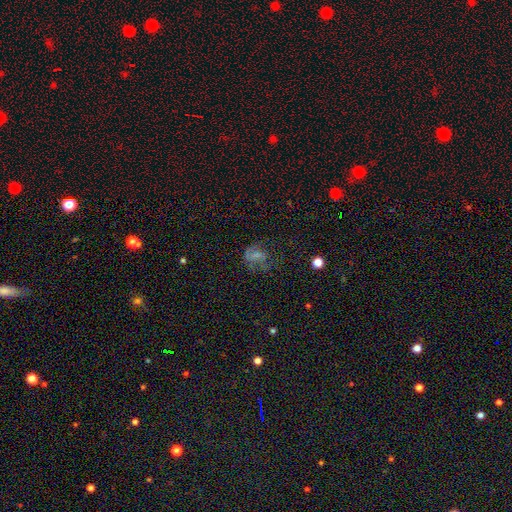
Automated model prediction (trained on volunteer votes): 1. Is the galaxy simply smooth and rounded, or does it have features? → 43% smooth, 35% featured or disk, 22% star or artifact.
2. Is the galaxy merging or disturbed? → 38% none, 36% major disturbance, 22% minor disturbance, 4% merger.